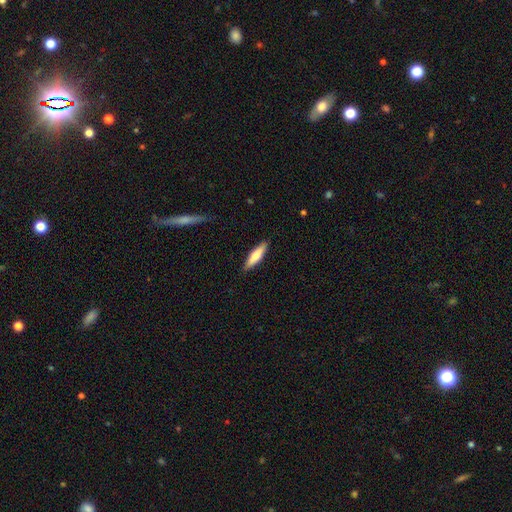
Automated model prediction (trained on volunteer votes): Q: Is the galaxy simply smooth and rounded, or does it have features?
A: smooth — 68%.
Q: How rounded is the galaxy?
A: cigar-shaped — 69%.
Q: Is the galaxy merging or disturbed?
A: none — 88%.